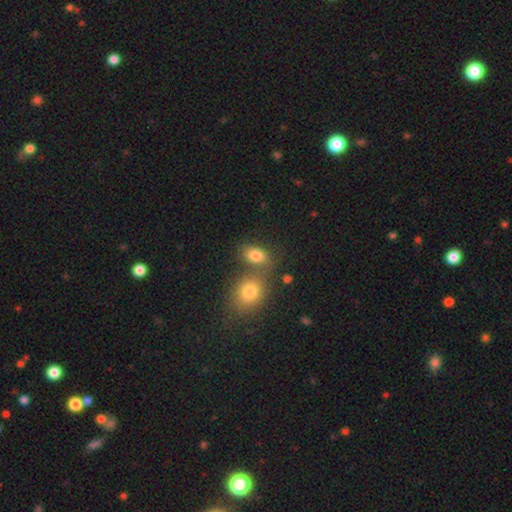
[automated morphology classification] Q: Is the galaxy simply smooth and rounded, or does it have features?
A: smooth — 80%.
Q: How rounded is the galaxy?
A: in between — 77%.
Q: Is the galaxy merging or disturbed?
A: none — 49%.